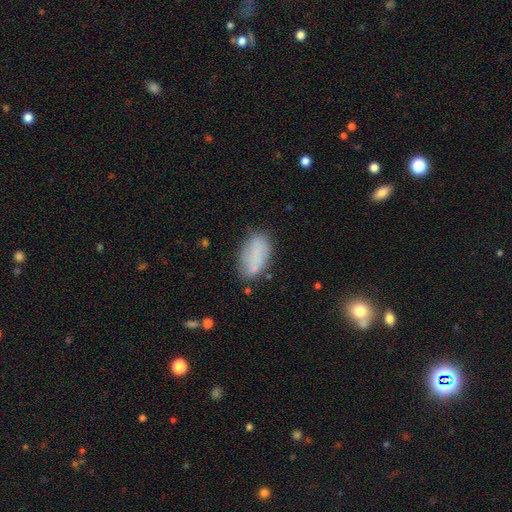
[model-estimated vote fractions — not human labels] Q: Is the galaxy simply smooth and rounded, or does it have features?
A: smooth — 75%.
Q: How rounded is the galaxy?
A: in between — 92%.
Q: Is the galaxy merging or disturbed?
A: none — 61%.